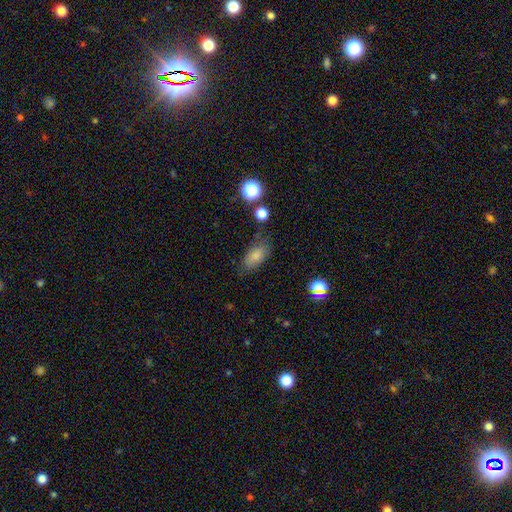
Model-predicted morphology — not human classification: Q: Smooth or featured?
A: smooth (82%); runner-up: star or artifact (10%)
Q: How rounded?
A: in between (89%); runner-up: round (6%)
Q: Merging?
A: none (69%); runner-up: minor disturbance (20%)